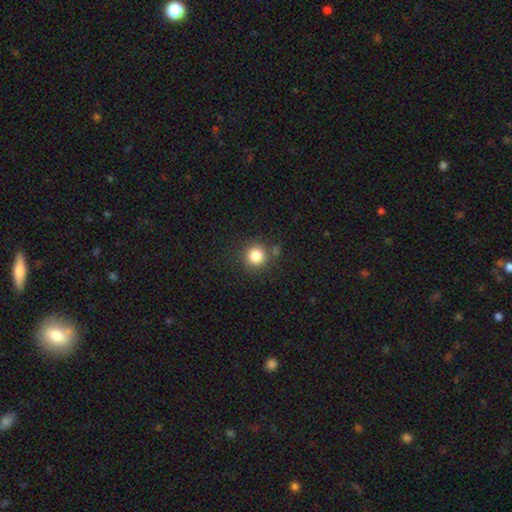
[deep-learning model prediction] Morphology: type=smooth (83%); roundness=round (93%); merging=none (81%).